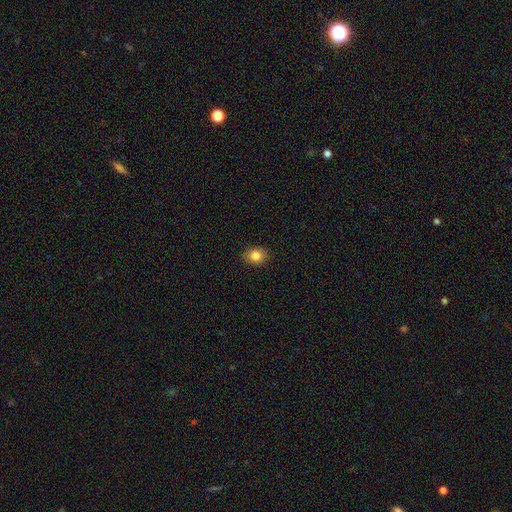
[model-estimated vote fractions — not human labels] This is clearly a smooth galaxy (84%). How rounded: possibly in between (59%). Merging: clearly none (89%).